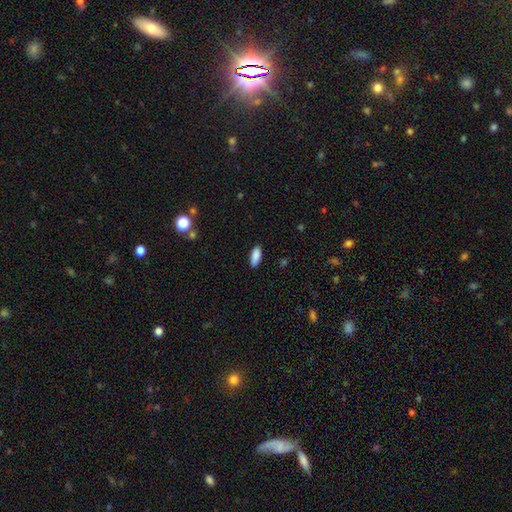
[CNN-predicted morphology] Q: Smooth or featured?
A: smooth (88%); runner-up: star or artifact (7%)
Q: How rounded?
A: in between (79%); runner-up: cigar-shaped (19%)
Q: Merging?
A: none (88%); runner-up: minor disturbance (9%)